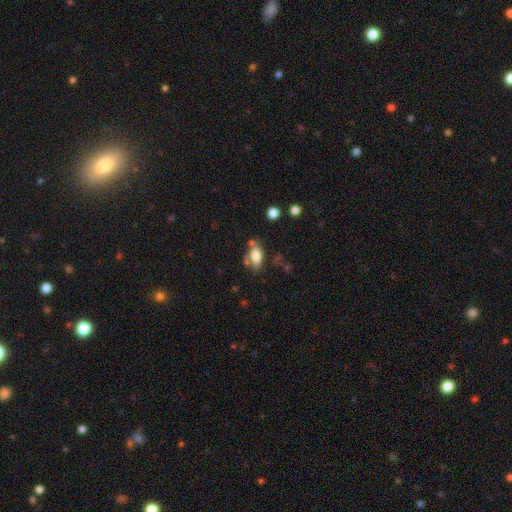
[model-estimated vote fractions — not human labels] smooth-or-featured: smooth: 76% | featured or disk: 14% | star or artifact: 9%
  how-rounded: in between: 87% | round: 7% | cigar-shaped: 7%
  merging: none: 56% | minor disturbance: 20% | merger: 15% | major disturbance: 8%